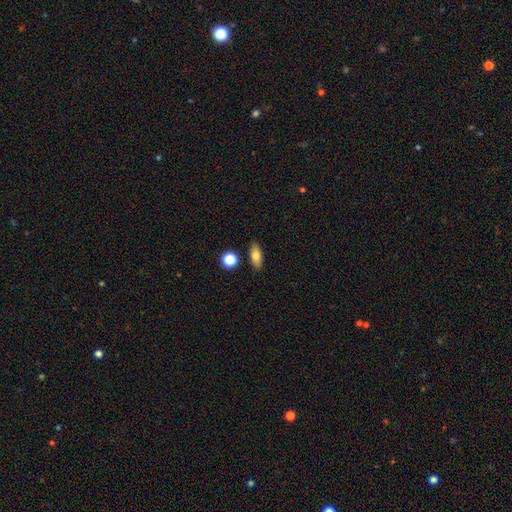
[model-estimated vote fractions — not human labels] Smooth or featured? Predicted: smooth (p=0.75). How rounded? Predicted: in between (p=0.77). Merging? Predicted: none (p=0.85).